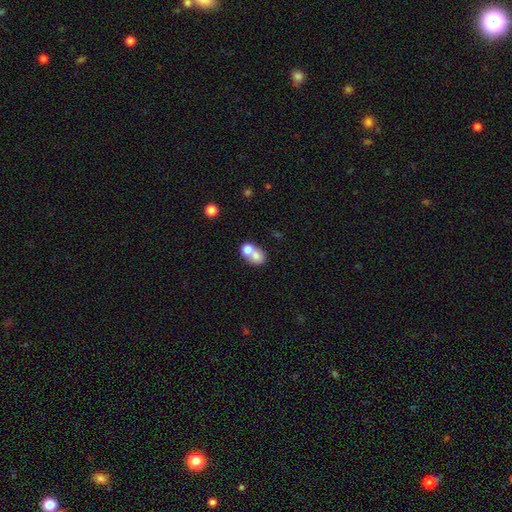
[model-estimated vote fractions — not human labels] A smooth galaxy with no disk features (72%) that is round (59%).

Vote fractions:
- Smooth or featured? smooth: 72% / featured or disk: 18% / star or artifact: 10%
- How rounded? round: 59% / in between: 40% / cigar-shaped: 1%
- Merging? merger: 65% / none: 26% / minor disturbance: 6% / major disturbance: 3%